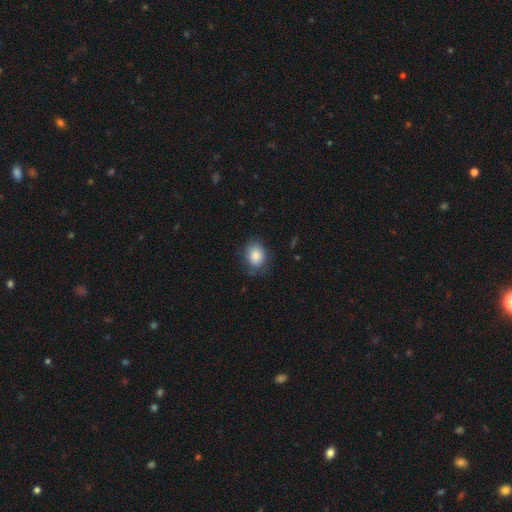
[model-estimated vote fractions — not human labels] This appears to be a smooth galaxy with no disk features (84%) that is in between round and cigar-shaped (50%). Merging: none (71%).